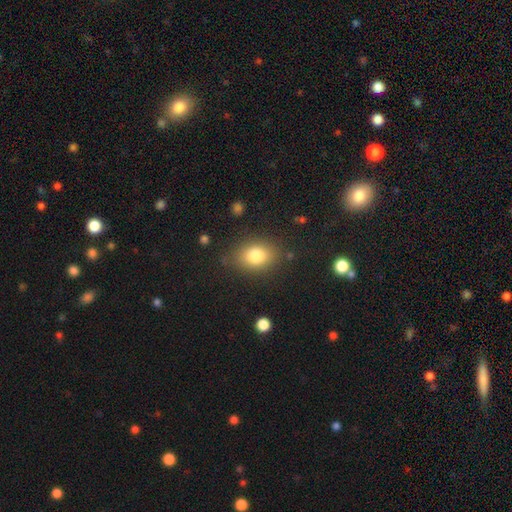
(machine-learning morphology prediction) Overall: smooth (79%). How rounded: in between (68%; round 30%). Merging: none (82%).